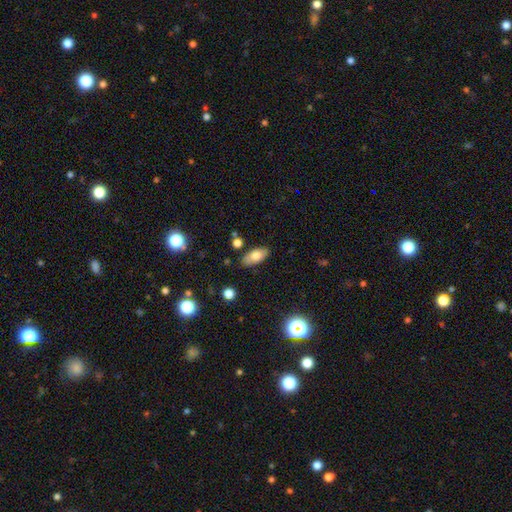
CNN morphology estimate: smooth_or_featured: smooth (p=0.73) [alt: featured or disk p=0.19]
how_rounded: in between (p=0.88) [alt: cigar-shaped p=0.08]
merging: none (p=0.83) [alt: minor disturbance p=0.12]